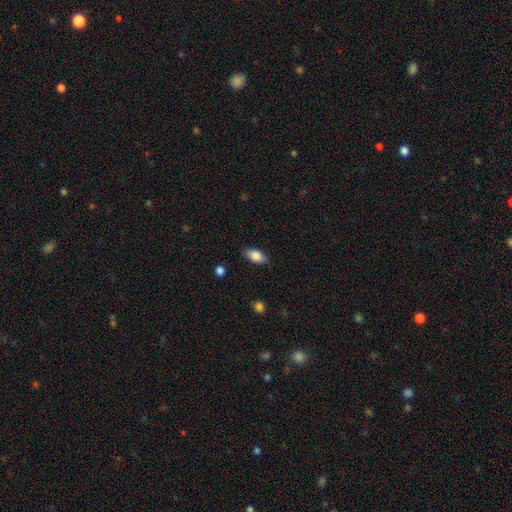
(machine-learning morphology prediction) Smooth or featured?
  - smooth: 82% *
  - featured or disk: 11%
  - star or artifact: 7%
How rounded?
  - in between: 90% *
  - cigar-shaped: 6%
  - round: 4%
Merging?
  - none: 84% *
  - minor disturbance: 12%
  - major disturbance: 3%
  - merger: 1%